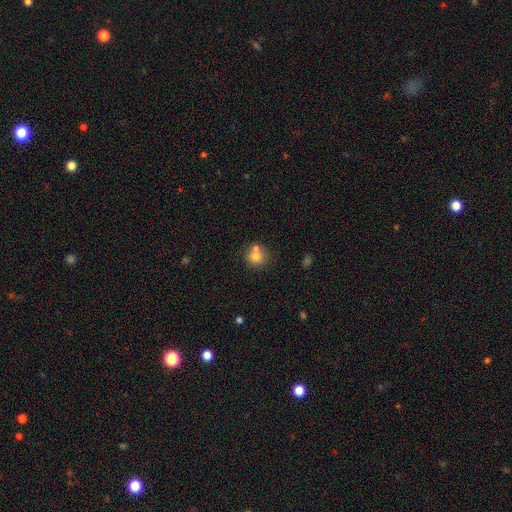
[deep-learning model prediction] This appears to be a smooth galaxy with no disk features (75%) that is round (86%). Merging: none (55%).